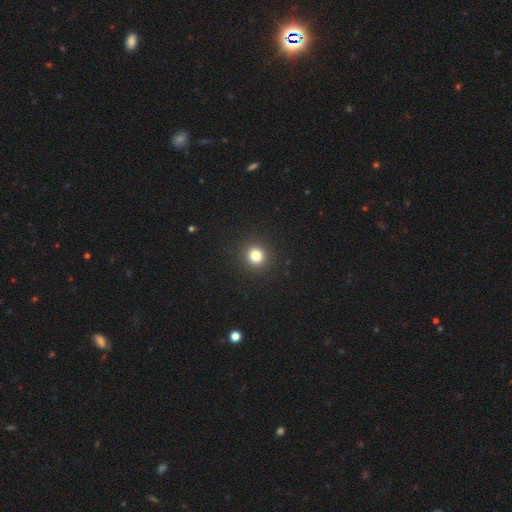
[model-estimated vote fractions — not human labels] Smooth or featured? Predicted: smooth (p=0.81). How rounded? Predicted: round (p=0.90). Merging? Predicted: none (p=0.92).